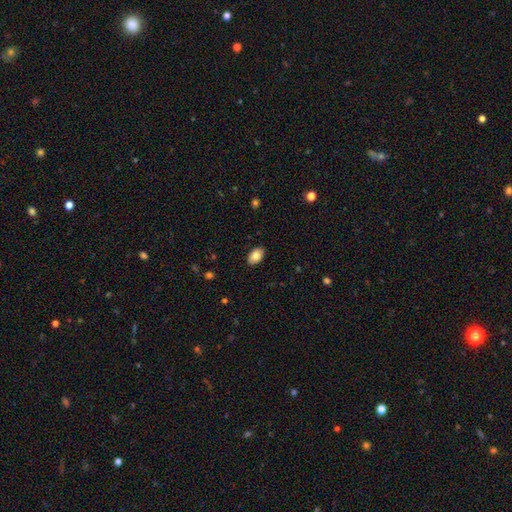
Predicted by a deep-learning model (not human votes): A smooth galaxy with no disk features (85%) that is in between round and cigar-shaped (92%). Merging: none (89%).